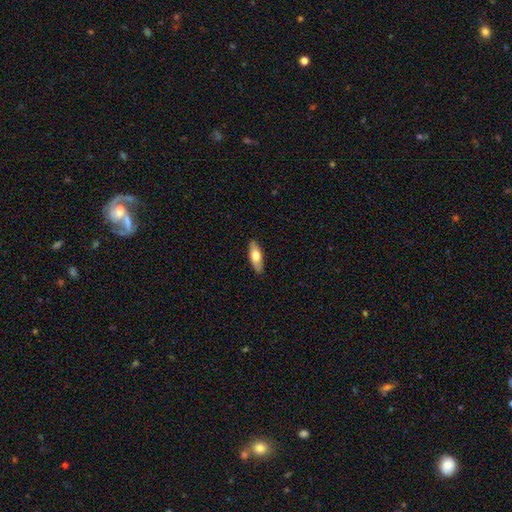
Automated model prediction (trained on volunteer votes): A smooth galaxy with no disk features (64%) that is in between round and cigar-shaped (64%). Merging: none (88%).